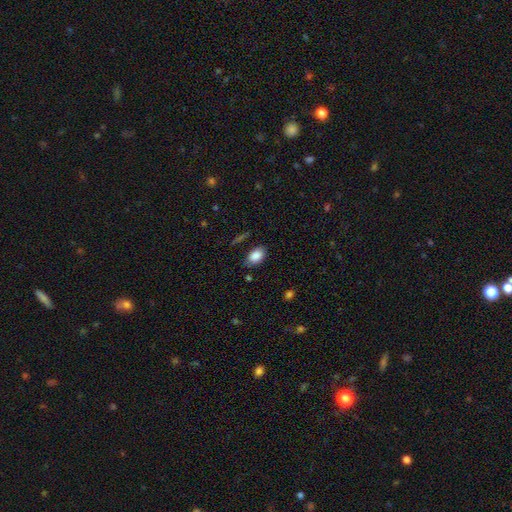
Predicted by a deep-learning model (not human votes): smooth_or_featured: smooth (p=0.87) [alt: star or artifact p=0.08]
how_rounded: in between (p=0.90) [alt: round p=0.09]
merging: none (p=0.79) [alt: minor disturbance p=0.16]